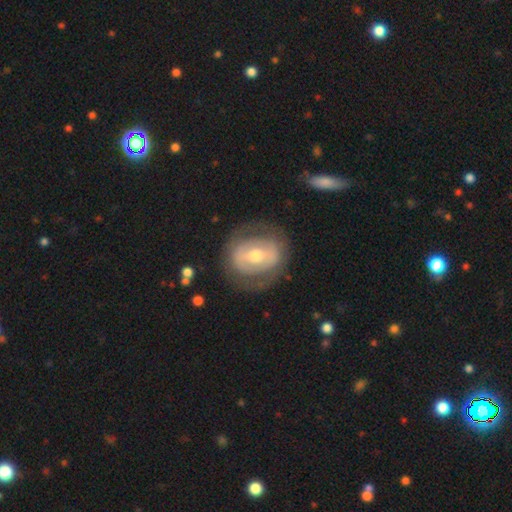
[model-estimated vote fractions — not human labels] This is likely a featured or disk galaxy (61%). It is clearly not viewed edge-on (94%). Bar: marginally weak (37%). Spiral arm pattern: likely no (67%). Central bulge: likely moderate (69%). Merging: likely none (75%).